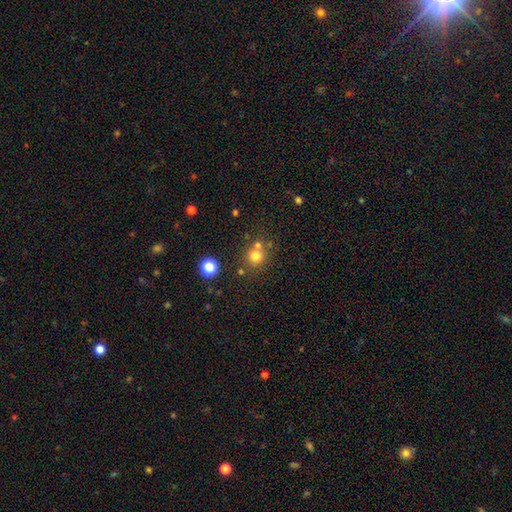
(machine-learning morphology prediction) This appears to be a smooth galaxy with no disk features (75%) that is round (90%). Merging: none (65%).